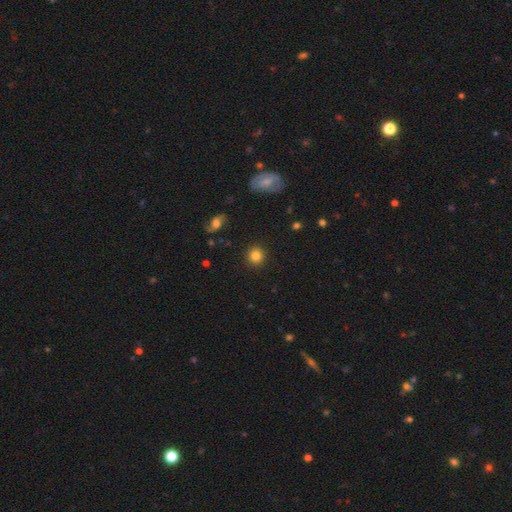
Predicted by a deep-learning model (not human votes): A smooth galaxy with no disk features (83%) that is round (93%). Merging: none (91%).